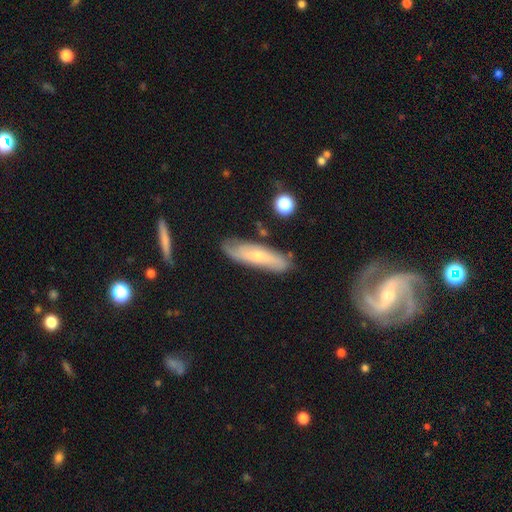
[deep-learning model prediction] Morphology: type=featured or disk (47%); merging=none (73%).